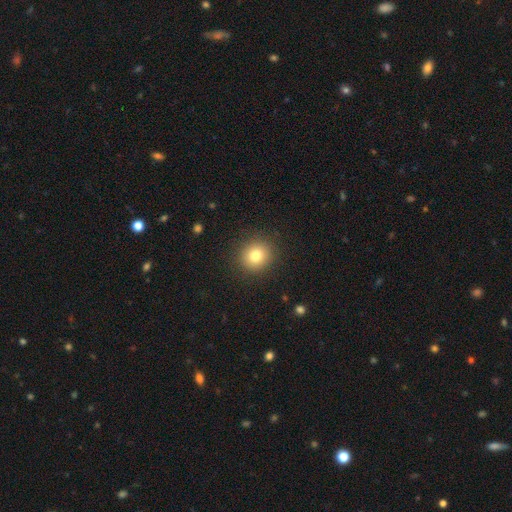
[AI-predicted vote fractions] The model was most divided on "smooth or featured": smooth: 79%, star or artifact: 12%, featured or disk: 9%. More confident: merging — none (90%); how rounded — round (88%).